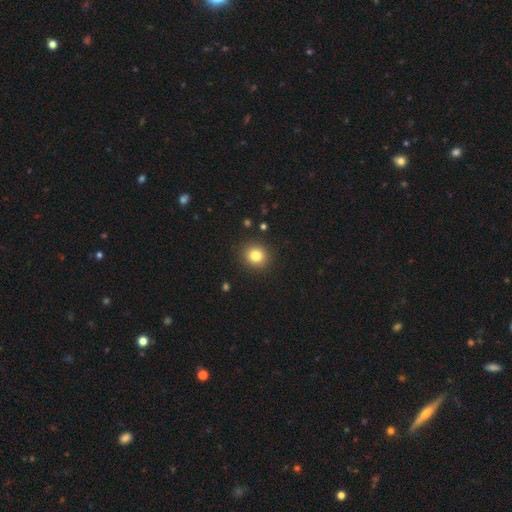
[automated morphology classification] Smooth or featured?
  - smooth: 82% *
  - star or artifact: 11%
  - featured or disk: 7%
How rounded?
  - round: 87% *
  - in between: 12%
  - cigar-shaped: 1%
Merging?
  - none: 91% *
  - minor disturbance: 6%
  - major disturbance: 2%
  - merger: 1%